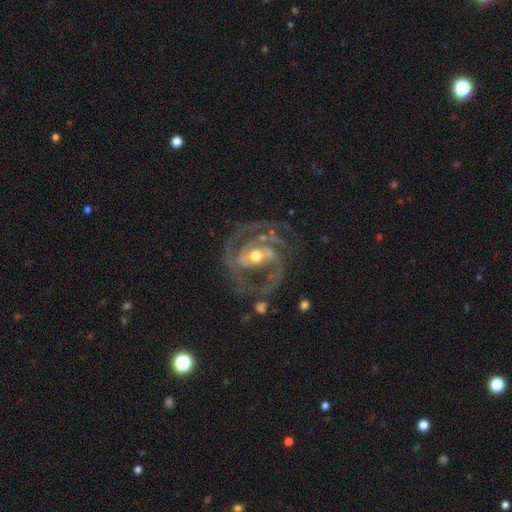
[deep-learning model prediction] The model was most divided on "spiral winding": medium: 48%, tight: 41%, loose: 11%. Remaining: edge-on disk — no (97%); spiral arms — yes (96%); smooth or featured — featured or disk (91%); merging — none (65%); spiral arm count — 2 (56%); bulge size — moderate (55%); bar — strong (46%).